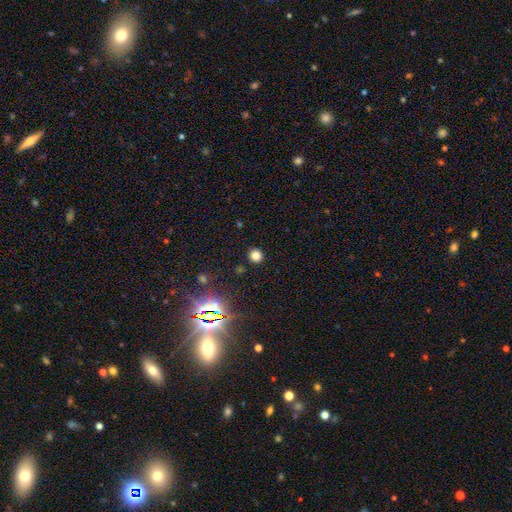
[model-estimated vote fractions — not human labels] Q: Smooth or featured?
A: smooth (76%); runner-up: star or artifact (19%)
Q: How rounded?
A: round (89%); runner-up: in between (10%)
Q: Merging?
A: none (91%); runner-up: minor disturbance (5%)